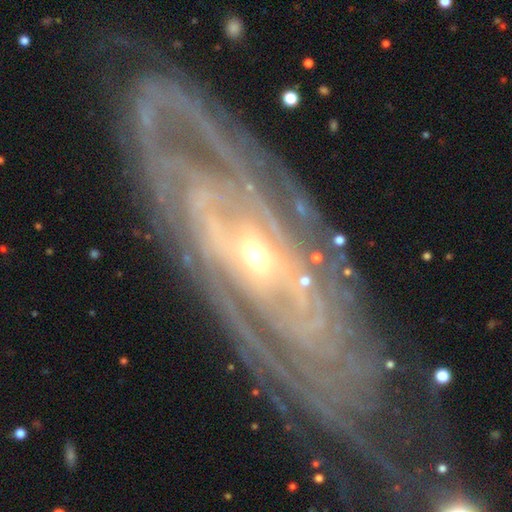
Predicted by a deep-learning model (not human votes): This is clearly a featured or disk galaxy (89%). It is clearly not viewed edge-on (92%). Bar: marginally no (40%). Spiral arm pattern: clearly yes (95%). Spiral arm count: marginally 2 (27%, tied with can't tell). Spiral winding: likely tight (61%). Central bulge: possibly small (51%). Merging: likely none (67%).